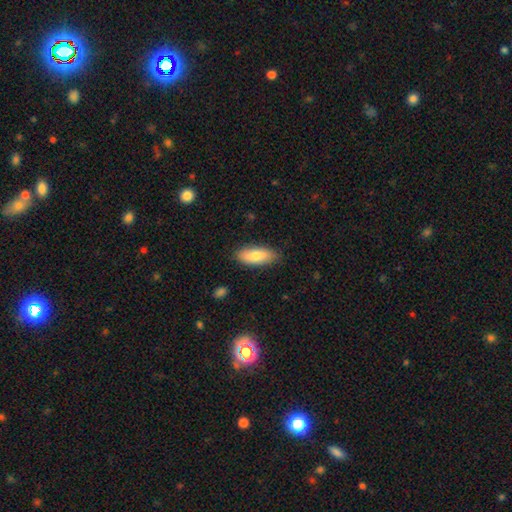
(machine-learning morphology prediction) A smooth galaxy with no disk features (79%) that is in between round and cigar-shaped (77%). Merging: none (83%).